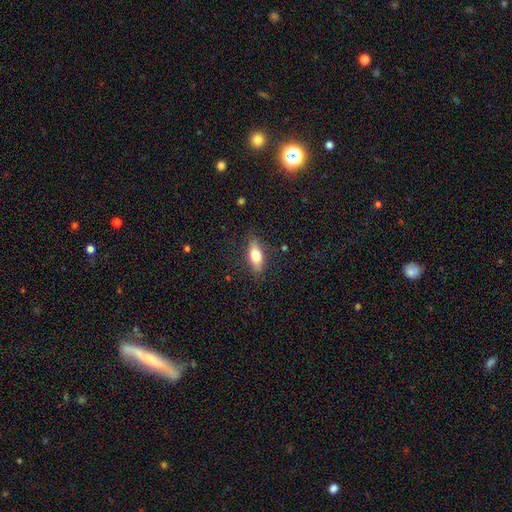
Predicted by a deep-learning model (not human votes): Smooth or featured? smooth (73%)
How rounded? in between (74%)
Merging? none (83%)